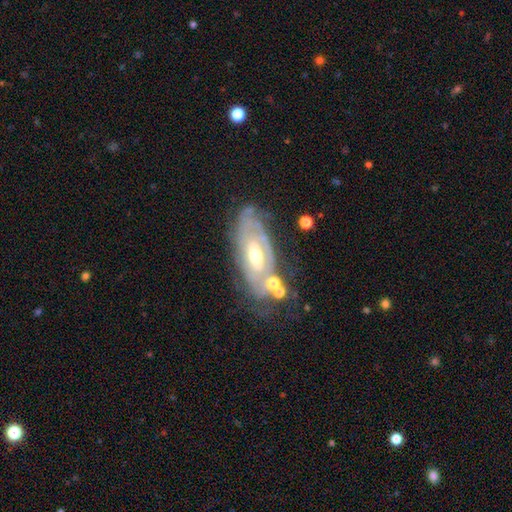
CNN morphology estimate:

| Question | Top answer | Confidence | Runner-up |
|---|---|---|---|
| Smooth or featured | featured or disk | 79% | smooth (13%) |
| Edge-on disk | no | 87% | yes (13%) |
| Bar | no | 53% | weak (34%) |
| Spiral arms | yes | 82% | no (18%) |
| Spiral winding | tight | 69% | medium (24%) |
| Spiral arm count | can't tell | 54% | 2 (24%) |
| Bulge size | moderate | 67% | small (24%) |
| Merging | none | 65% | minor disturbance (20%) |